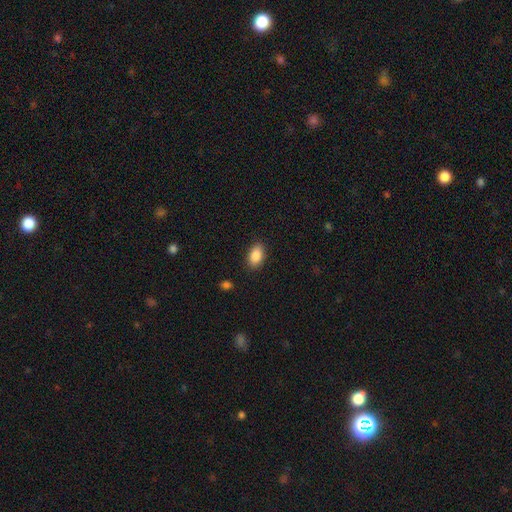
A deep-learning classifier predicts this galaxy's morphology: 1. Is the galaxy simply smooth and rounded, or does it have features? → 87% smooth, 7% star or artifact, 6% featured or disk.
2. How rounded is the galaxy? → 91% in between, 7% round, 2% cigar-shaped.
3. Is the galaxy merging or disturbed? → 88% none, 9% minor disturbance, 2% major disturbance, 1% merger.